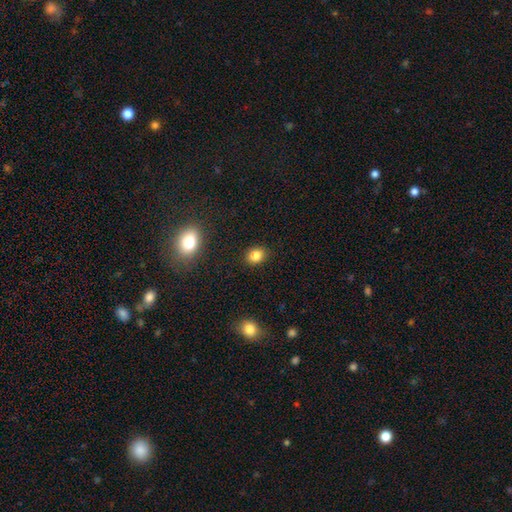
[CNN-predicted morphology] This appears to be a smooth galaxy with no disk features (84%) that is round (55%). Merging: none (87%).